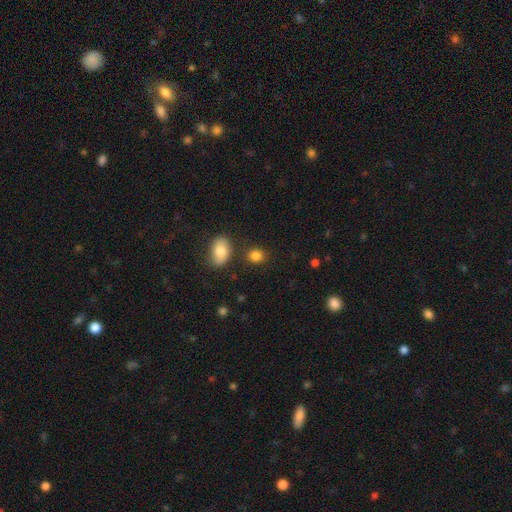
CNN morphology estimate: Smooth or featured: smooth — 84% (star or artifact — 10%)
How rounded: round — 62% (in between — 37%)
Merging: none — 80% (minor disturbance — 10%)